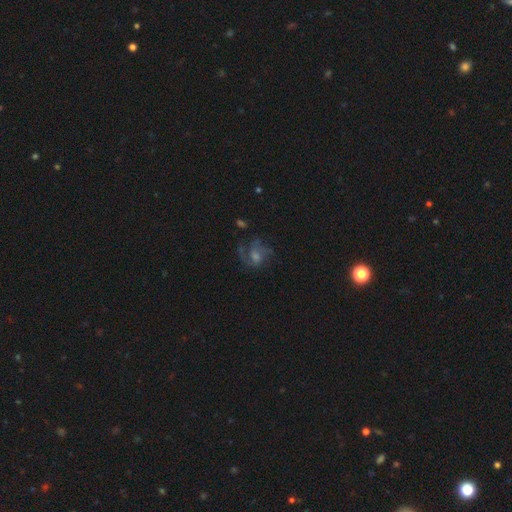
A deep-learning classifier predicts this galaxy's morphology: Smooth or featured? featured or disk (63%)
Edge-on disk? no (97%)
Bar? no (60%)
Spiral arms? yes (86%)
Spiral winding? medium (49%)
Spiral arm count? can't tell (27%, tied with 2)
Bulge size? moderate (43%)
Merging? none (58%)